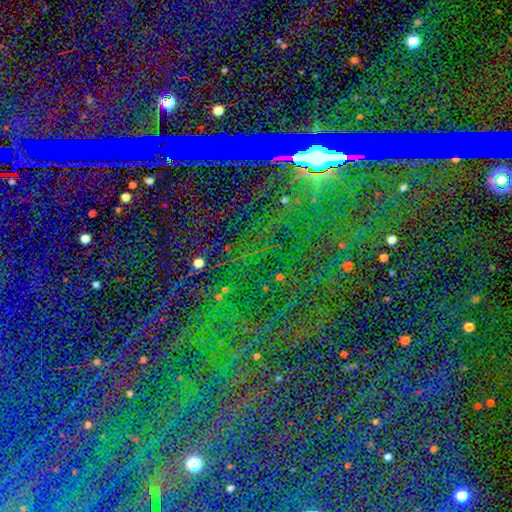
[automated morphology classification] Smooth or featured? Predicted: star or artifact (p=0.86).